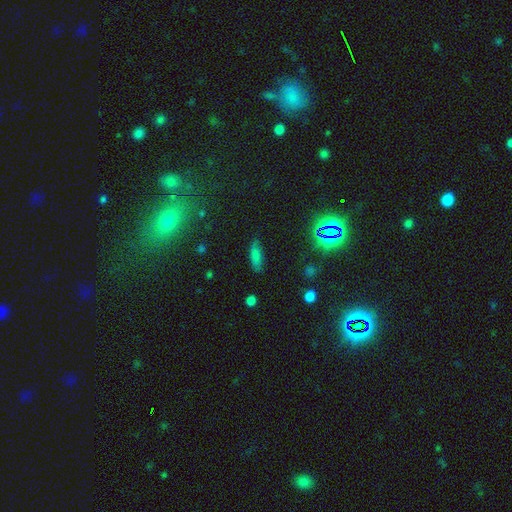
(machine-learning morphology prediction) smooth-or-featured: smooth: 72% | star or artifact: 15% | featured or disk: 13%
  how-rounded: in between: 58% | cigar-shaped: 39% | round: 3%
  merging: none: 76% | minor disturbance: 18% | major disturbance: 5% | merger: 2%